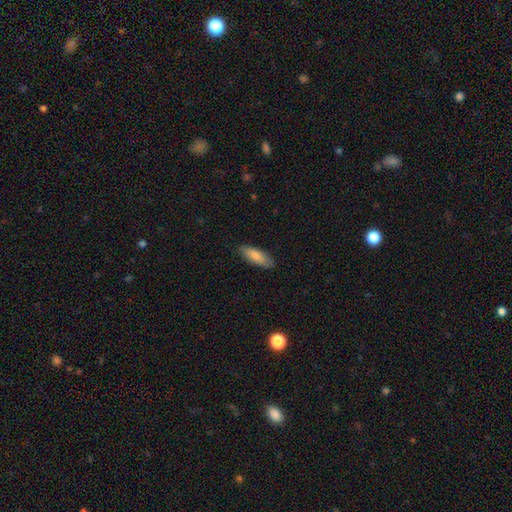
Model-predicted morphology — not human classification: smooth 82%, featured or disk 12%, star or artifact 6%. Down the decision tree: how rounded — in between (64%); merging — none (85%).